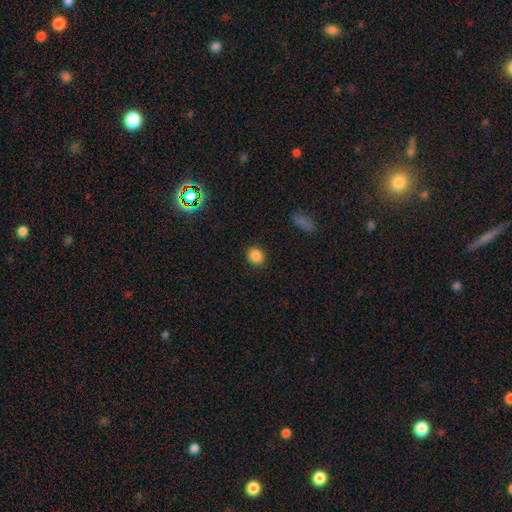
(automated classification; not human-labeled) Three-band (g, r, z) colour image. It shows a smooth galaxy with no disk features (86%) that is round (71%). Merging: none (90%).